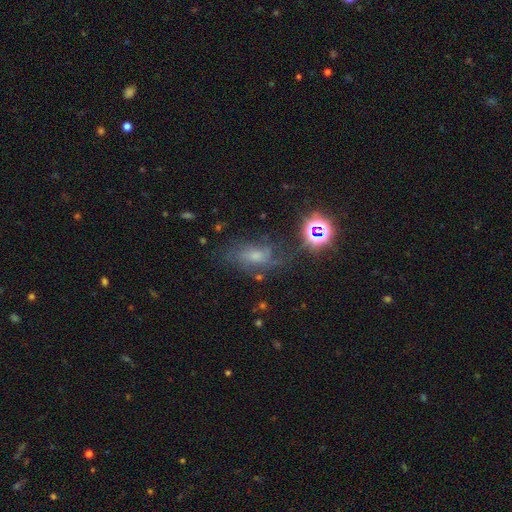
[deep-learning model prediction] Smooth or featured?
  - featured or disk: 46% *
  - smooth: 31%
  - star or artifact: 24%
Merging?
  - none: 56% *
  - minor disturbance: 23%
  - major disturbance: 17%
  - merger: 4%